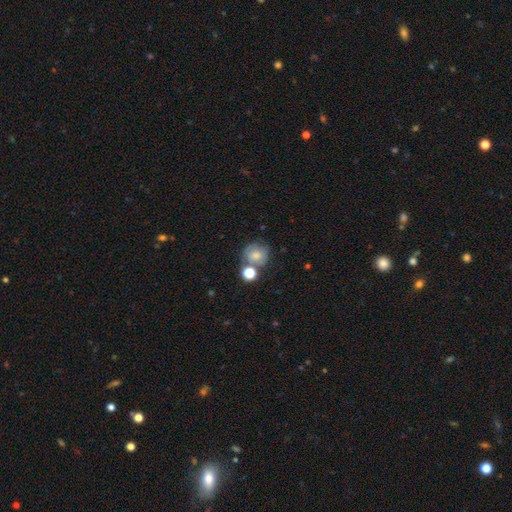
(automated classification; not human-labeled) A smooth galaxy with no disk features (72%) that is round (82%).

Vote fractions:
- Smooth or featured? smooth: 72% / featured or disk: 17% / star or artifact: 11%
- How rounded? round: 82% / in between: 17% / cigar-shaped: 1%
- Merging? none: 51% / merger: 26% / minor disturbance: 15% / major disturbance: 7%